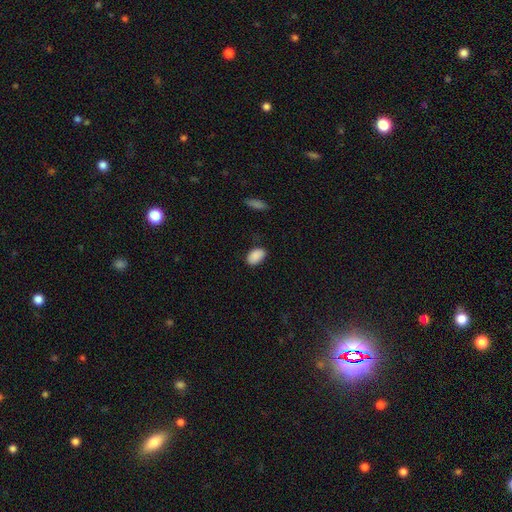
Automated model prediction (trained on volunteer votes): smooth 89%, star or artifact 7%, featured or disk 4%. Down the decision tree: how rounded — in between (91%); merging — none (80%).